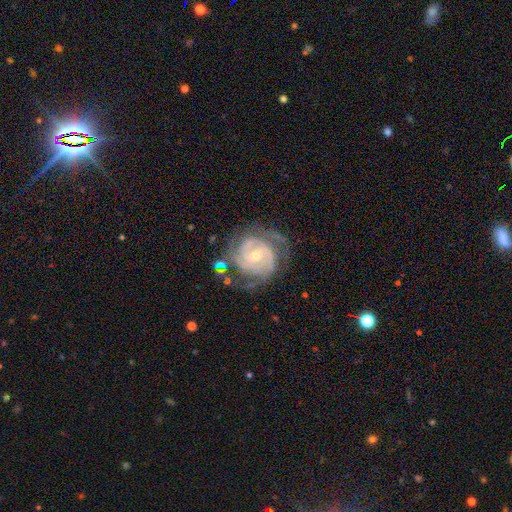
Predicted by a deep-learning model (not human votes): smooth-or-featured: featured or disk: 89% | smooth: 6% | star or artifact: 5%
  disk-edge-on: no: 98% | yes: 2%
    bar: no: 55% | weak: 34% | strong: 11%
    has-spiral-arms: yes: 97% | no: 3%
      spiral-winding: tight: 68% | medium: 28% | loose: 5%
      spiral-arm-count: 2: 38% | 3: 29% | can't tell: 17% | 4: 8% | 1: 4% | more than 4: 4%
    bulge-size: small: 58% | moderate: 39% | large: 1% | none: 1% | dominant: 1%
  merging: none: 66% | minor disturbance: 19% | major disturbance: 11% | merger: 4%